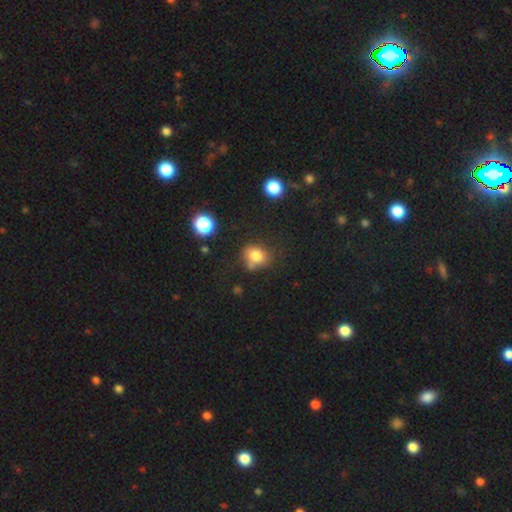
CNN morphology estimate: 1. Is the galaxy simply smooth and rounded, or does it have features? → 79% smooth, 12% star or artifact, 9% featured or disk.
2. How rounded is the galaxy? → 55% round, 44% in between, 1% cigar-shaped.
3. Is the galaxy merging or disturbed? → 63% none, 19% minor disturbance, 12% merger, 6% major disturbance.